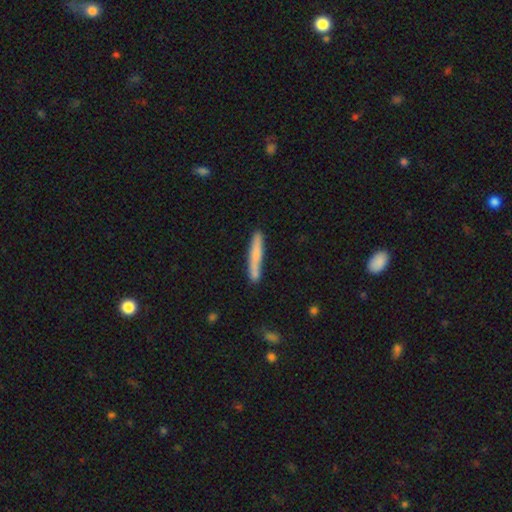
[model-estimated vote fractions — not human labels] Morphology: type=smooth (69%); roundness=cigar-shaped (94%); merging=none (77%).